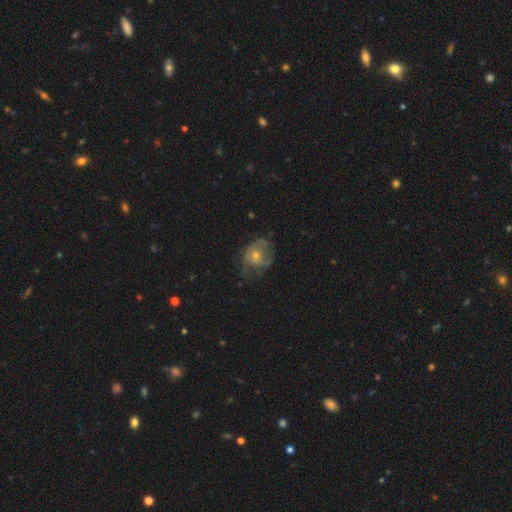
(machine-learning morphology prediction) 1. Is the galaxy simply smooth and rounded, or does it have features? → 63% featured or disk, 26% smooth, 11% star or artifact.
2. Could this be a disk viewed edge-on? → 97% no, 3% yes.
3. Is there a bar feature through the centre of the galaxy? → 79% no, 17% weak, 3% strong.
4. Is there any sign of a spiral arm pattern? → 71% yes, 29% no.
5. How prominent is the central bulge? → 52% small, 42% moderate, 2% large, 2% none, 1% dominant.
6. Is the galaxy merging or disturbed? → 51% none, 25% minor disturbance, 22% major disturbance, 2% merger.